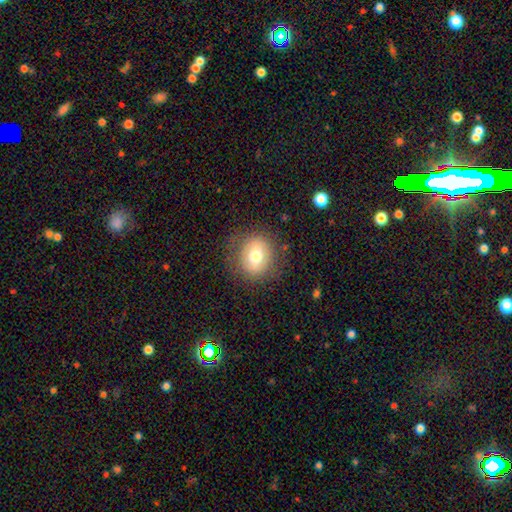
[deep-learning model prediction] This is likely a smooth galaxy (68%). How rounded: likely round (74%). Merging: clearly none (81%).